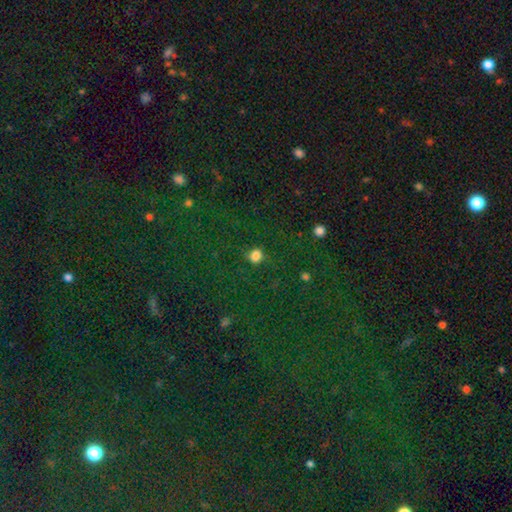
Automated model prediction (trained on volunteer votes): A smooth galaxy with no disk features (79%) that is round (75%).

Vote fractions:
- Smooth or featured? smooth: 79% / star or artifact: 15% / featured or disk: 6%
- How rounded? round: 75% / in between: 23% / cigar-shaped: 1%
- Merging? none: 78% / minor disturbance: 14% / major disturbance: 6% / merger: 2%